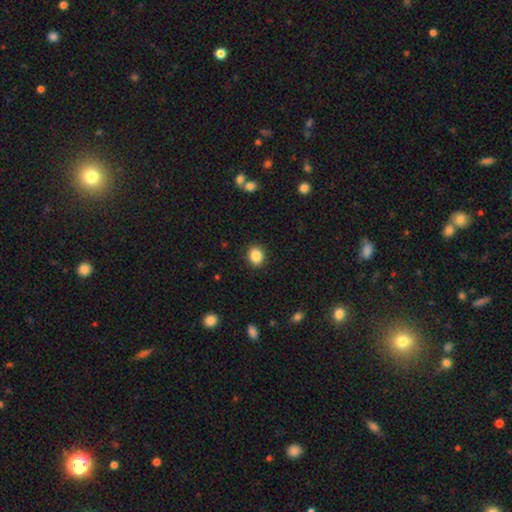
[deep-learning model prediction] Q: Smooth or featured?
A: smooth (87%); runner-up: star or artifact (9%)
Q: How rounded?
A: round (60%); runner-up: in between (39%)
Q: Merging?
A: none (90%); runner-up: minor disturbance (7%)